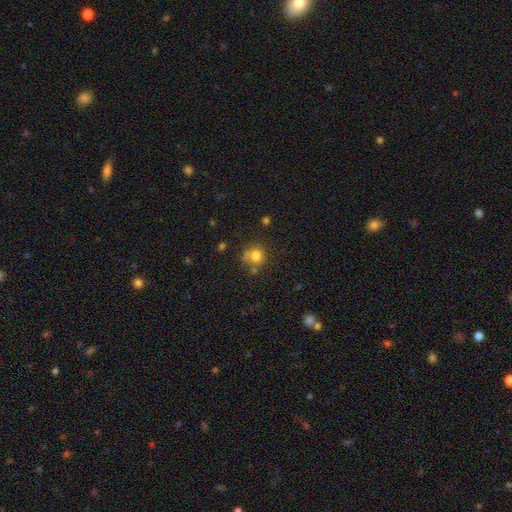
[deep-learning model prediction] Smooth or featured?
  - smooth: 77% *
  - star or artifact: 13%
  - featured or disk: 10%
How rounded?
  - round: 80% *
  - in between: 19%
  - cigar-shaped: 1%
Merging?
  - none: 56% *
  - merger: 18%
  - minor disturbance: 18%
  - major disturbance: 8%